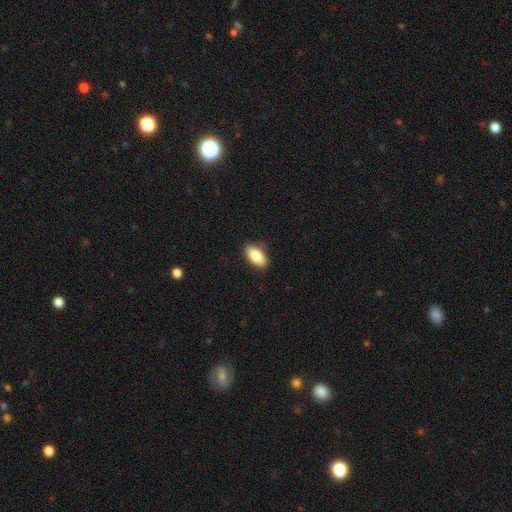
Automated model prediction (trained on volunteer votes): smooth_or_featured: smooth (p=0.83) [alt: featured or disk p=0.10]
how_rounded: in between (p=0.91) [alt: cigar-shaped p=0.06]
merging: none (p=0.85) [alt: minor disturbance p=0.11]